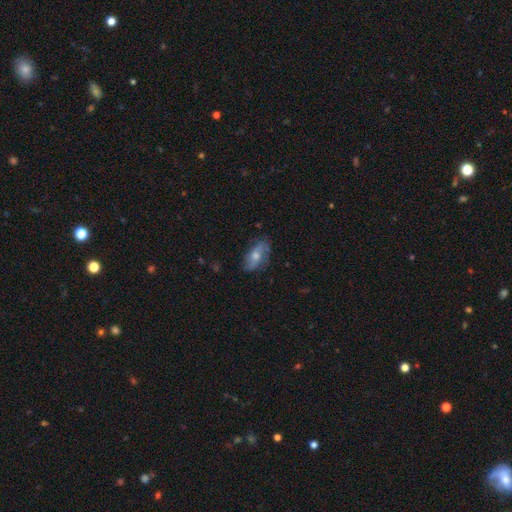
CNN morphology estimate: Smooth or featured? featured or disk (51%)
Edge-on disk? no (82%)
Merging? none (76%)